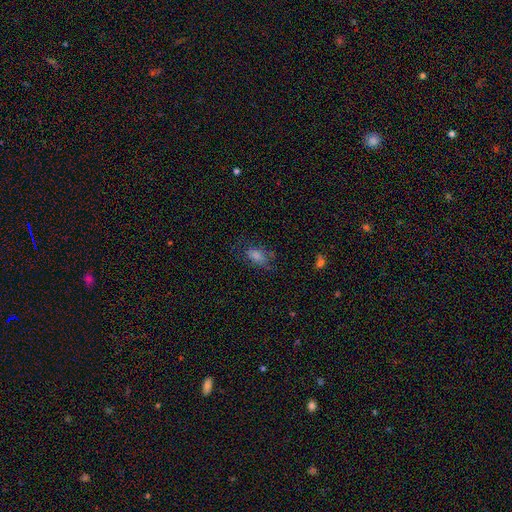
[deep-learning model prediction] This is possibly a smooth galaxy (56%). How rounded: clearly in between (81%). Merging: likely none (62%).